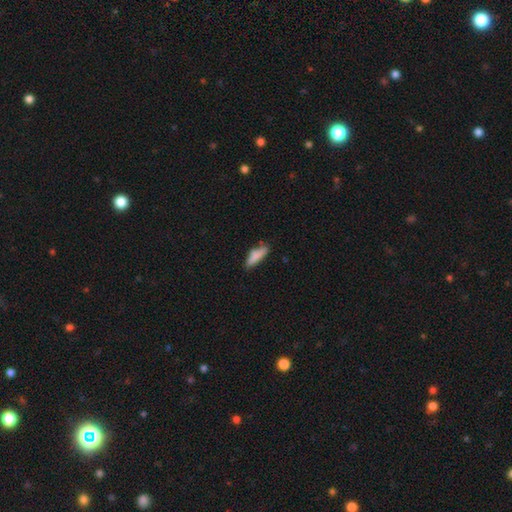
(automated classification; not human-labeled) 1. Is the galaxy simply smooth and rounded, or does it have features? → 78% smooth, 15% featured or disk, 7% star or artifact.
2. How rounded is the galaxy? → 61% cigar-shaped, 37% in between, 2% round.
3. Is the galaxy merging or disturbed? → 62% none, 25% minor disturbance, 6% major disturbance, 6% merger.